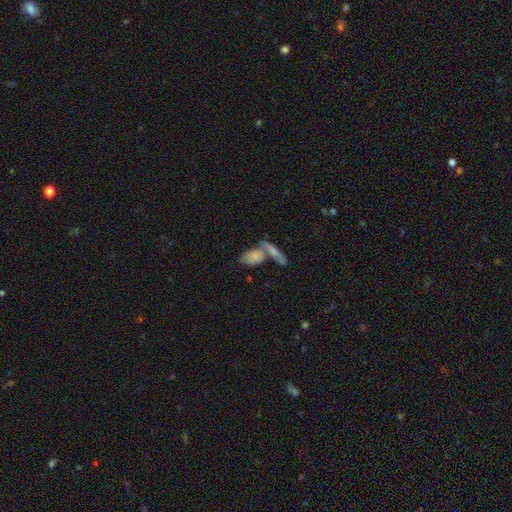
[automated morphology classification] Q: Smooth or featured?
A: smooth (66%); runner-up: featured or disk (25%)
Q: How rounded?
A: in between (80%); runner-up: cigar-shaped (14%)
Q: Merging?
A: merger (52%); runner-up: none (32%)